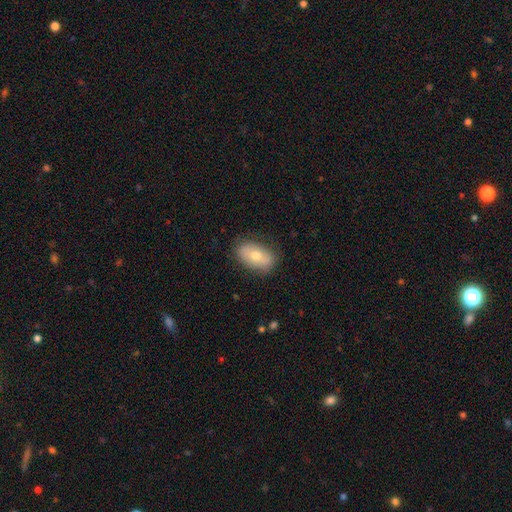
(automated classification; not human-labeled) Overall: smooth (68%). How rounded: in between (90%). Merging: none (81%).